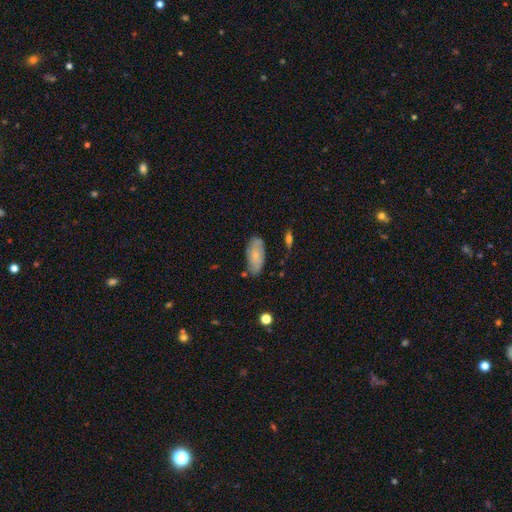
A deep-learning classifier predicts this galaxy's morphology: smooth-or-featured: smooth: 64% | featured or disk: 28% | star or artifact: 7%
  how-rounded: in between: 88% | cigar-shaped: 9% | round: 2%
  merging: none: 70% | minor disturbance: 21% | major disturbance: 5% | merger: 4%